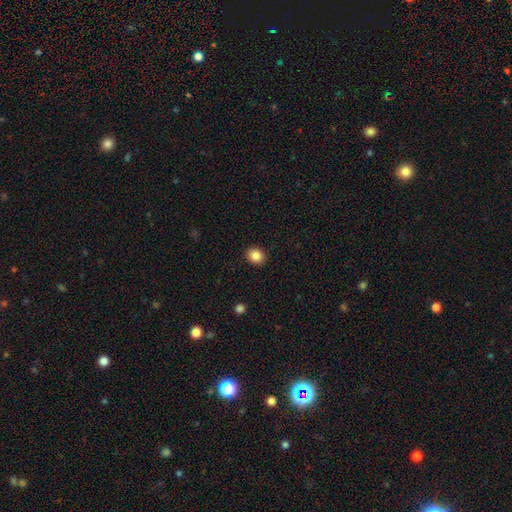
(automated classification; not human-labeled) Smooth or featured?
  - smooth: 86% *
  - star or artifact: 10%
  - featured or disk: 4%
How rounded?
  - round: 71% *
  - in between: 28%
  - cigar-shaped: 1%
Merging?
  - none: 92% *
  - minor disturbance: 6%
  - major disturbance: 2%
  - merger: 1%